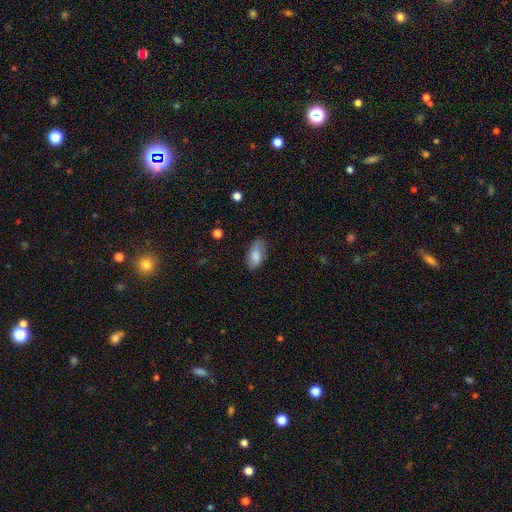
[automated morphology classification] smooth-or-featured: smooth: 81% | featured or disk: 12% | star or artifact: 7%
  how-rounded: in between: 92% | cigar-shaped: 5% | round: 3%
  merging: none: 72% | minor disturbance: 22% | major disturbance: 4% | merger: 1%